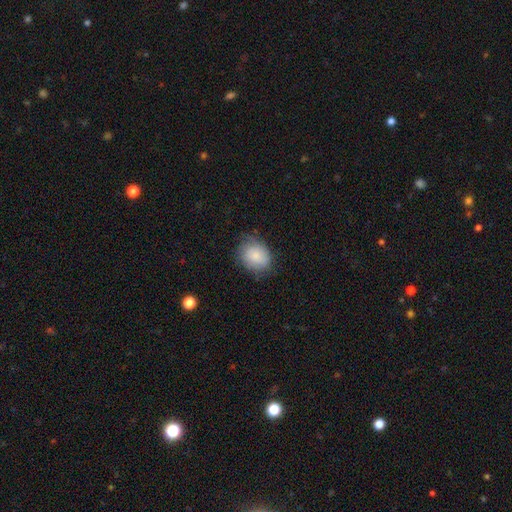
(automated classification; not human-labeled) Q: Smooth or featured?
A: smooth (80%); runner-up: featured or disk (13%)
Q: How rounded?
A: round (56%); runner-up: in between (43%)
Q: Merging?
A: none (65%); runner-up: minor disturbance (27%)